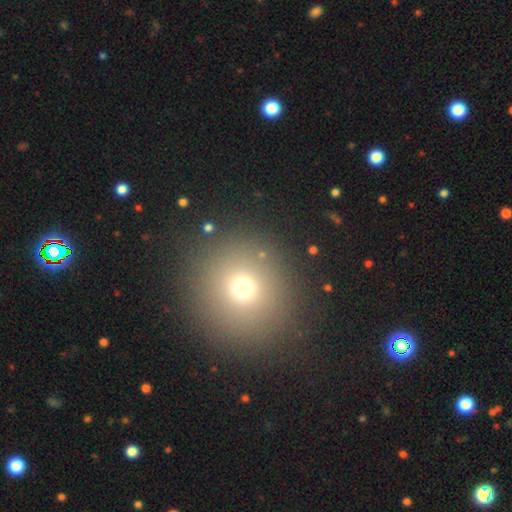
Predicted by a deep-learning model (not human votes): smooth_or_featured: smooth (p=0.69) [alt: star or artifact p=0.22]
how_rounded: round (p=0.91) [alt: in between p=0.08]
merging: none (p=0.89) [alt: minor disturbance p=0.06]